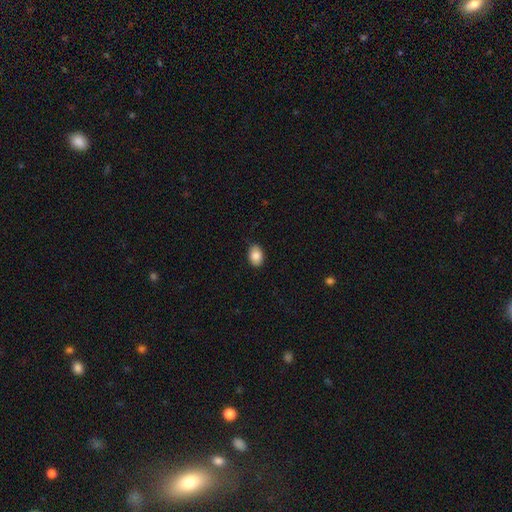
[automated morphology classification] smooth_or_featured: smooth (p=0.87) [alt: star or artifact p=0.07]
how_rounded: in between (p=0.81) [alt: round p=0.18]
merging: none (p=0.84) [alt: minor disturbance p=0.13]